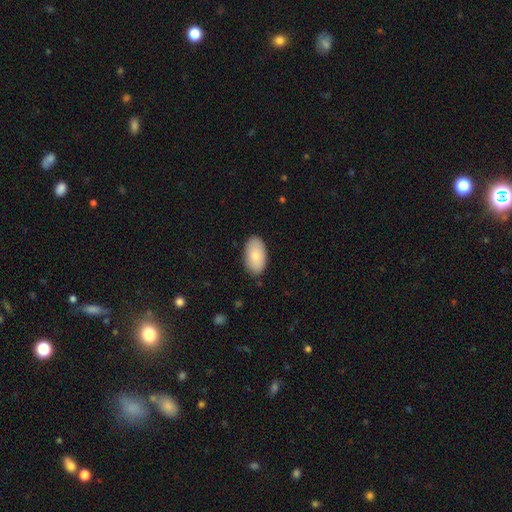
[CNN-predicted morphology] A smooth galaxy with no disk features (82%) that is in between round and cigar-shaped (95%).

Vote fractions:
- Smooth or featured? smooth: 82% / featured or disk: 12% / star or artifact: 6%
- How rounded? in between: 95% / round: 4% / cigar-shaped: 1%
- Merging? none: 85% / minor disturbance: 12% / major disturbance: 2% / merger: 1%